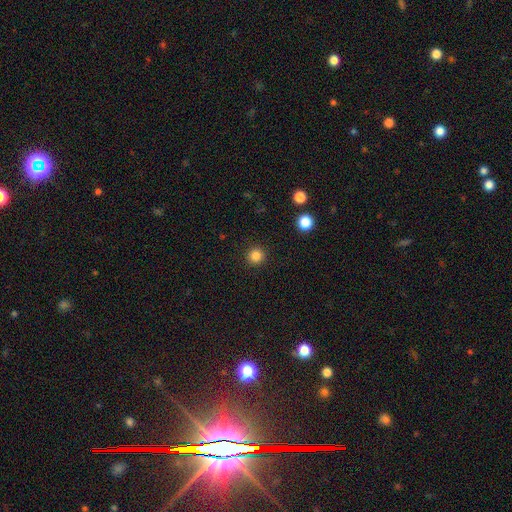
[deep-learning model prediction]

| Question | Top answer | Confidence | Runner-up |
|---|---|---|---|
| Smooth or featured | smooth | 84% | star or artifact (12%) |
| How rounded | round | 95% | in between (4%) |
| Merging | none | 92% | minor disturbance (5%) |